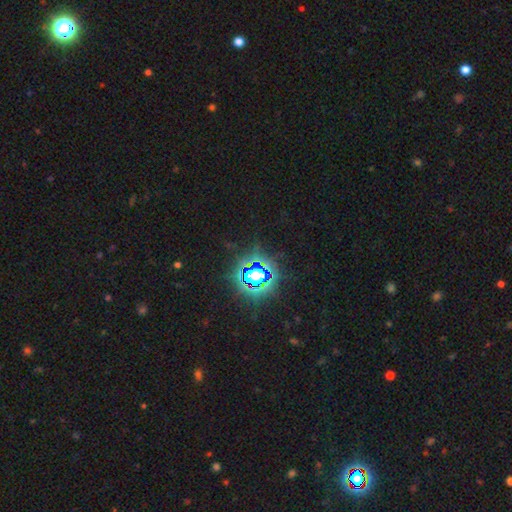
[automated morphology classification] The model was most divided on "smooth or featured": star or artifact: 81%, smooth: 13%, featured or disk: 7%.